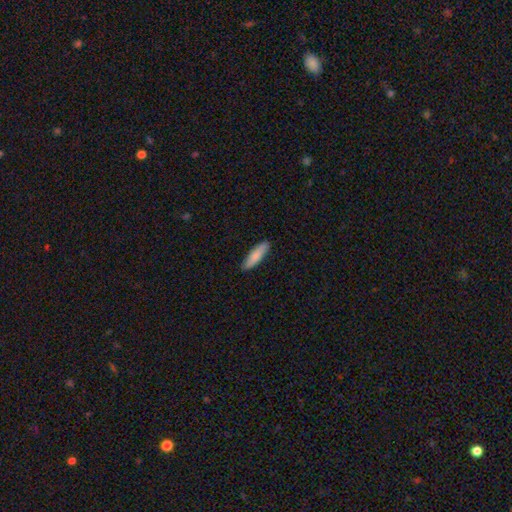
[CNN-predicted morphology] A smooth galaxy with no disk features (82%) that is cigar-shaped (66%).

Vote fractions:
- Smooth or featured? smooth: 82% / featured or disk: 13% / star or artifact: 5%
- How rounded? cigar-shaped: 66% / in between: 32% / round: 2%
- Merging? none: 88% / minor disturbance: 9% / major disturbance: 2% / merger: 1%